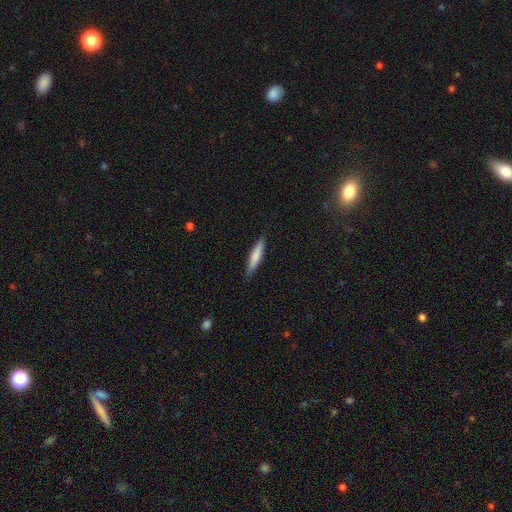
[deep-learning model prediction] Q: Smooth or featured?
A: smooth (74%); runner-up: featured or disk (21%)
Q: How rounded?
A: cigar-shaped (86%); runner-up: in between (12%)
Q: Merging?
A: none (87%); runner-up: minor disturbance (10%)